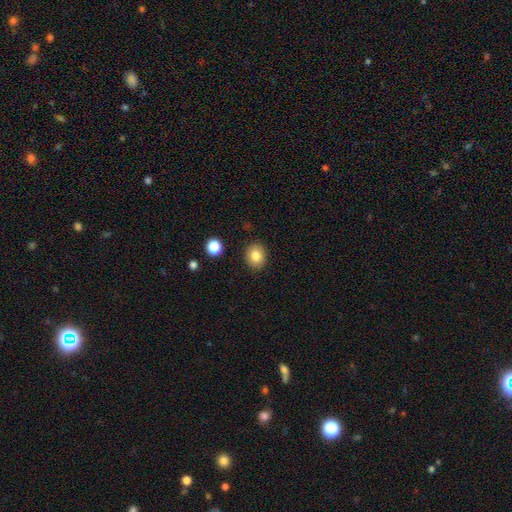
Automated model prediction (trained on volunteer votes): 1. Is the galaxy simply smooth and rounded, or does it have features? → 83% smooth, 10% star or artifact, 7% featured or disk.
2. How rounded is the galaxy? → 66% round, 33% in between, 1% cigar-shaped.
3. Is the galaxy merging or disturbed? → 89% none, 8% minor disturbance, 2% major disturbance, 2% merger.